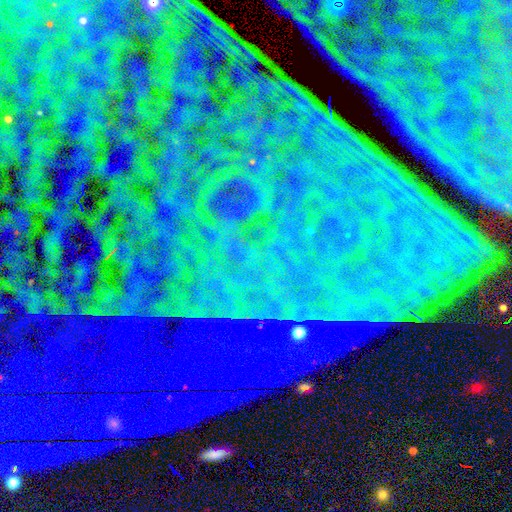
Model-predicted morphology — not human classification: type=star or artifact (87%).